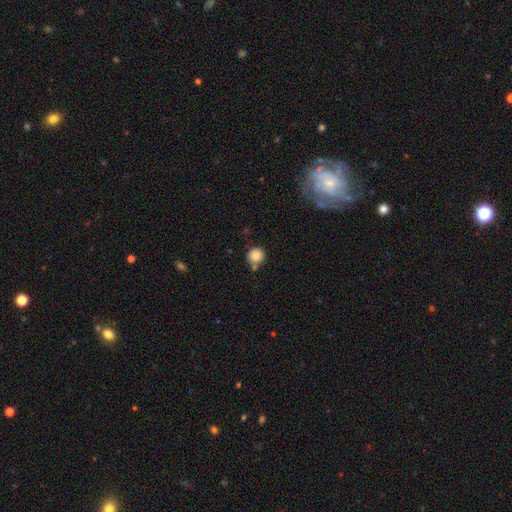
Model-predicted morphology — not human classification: This is clearly a smooth galaxy (86%). How rounded: clearly round (91%). Merging: likely none (68%).